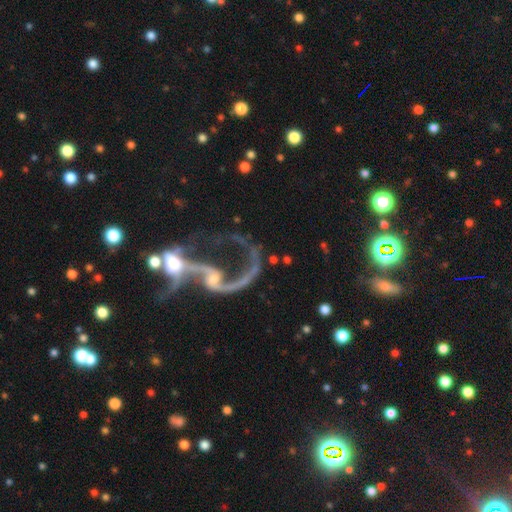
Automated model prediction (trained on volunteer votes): featured or disk 74%, star or artifact 14%, smooth 12%. Down the decision tree: edge-on disk — no (95%); bar — no (54%); spiral arms — yes (77%); spiral arm count — 2 (49%); spiral winding — loose (81%); bulge size — small (40%); merging — merger (51%).